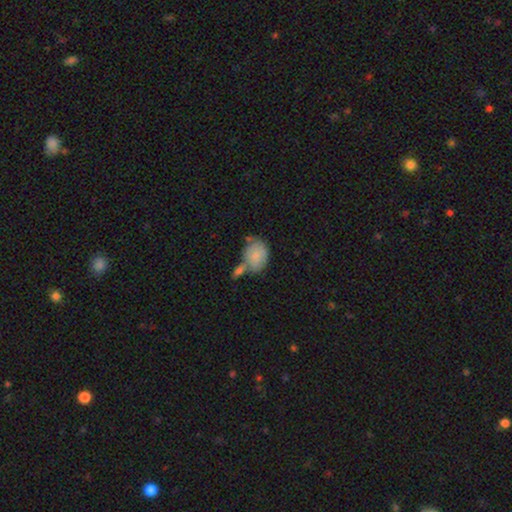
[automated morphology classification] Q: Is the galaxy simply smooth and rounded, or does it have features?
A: smooth — 80%.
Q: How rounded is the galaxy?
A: in between — 61%.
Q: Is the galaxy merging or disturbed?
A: none — 38%.